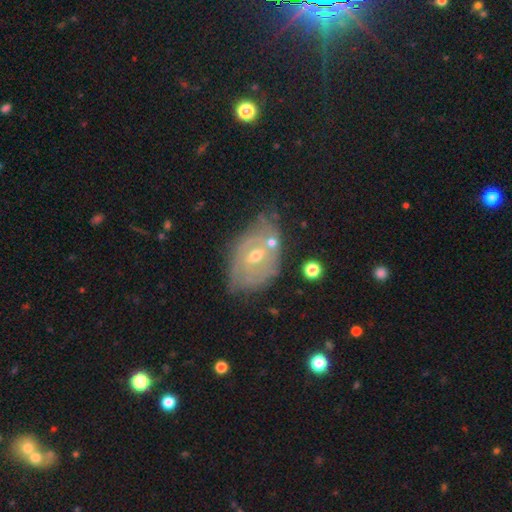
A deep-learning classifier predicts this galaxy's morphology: The model was most divided on "bar": weak: 45%, no: 42%, strong: 13%. Remaining: edge-on disk — no (94%); smooth or featured — featured or disk (75%); spiral arms — yes (74%); spiral winding — tight (63%); bulge size — moderate (57%); merging — none (54%); spiral arm count — can't tell (46%).